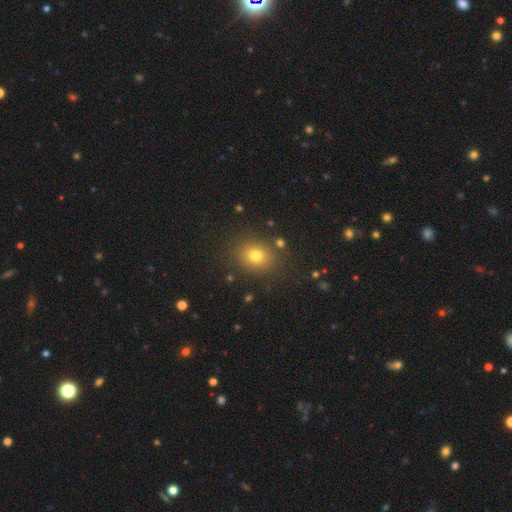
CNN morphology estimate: This is likely a smooth galaxy (76%). How rounded: likely round (69%). Merging: clearly none (85%).